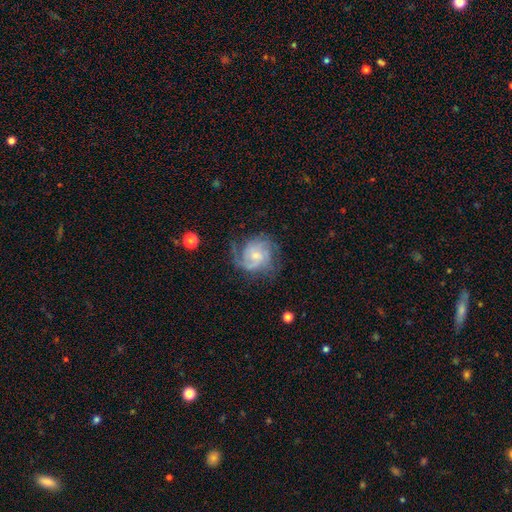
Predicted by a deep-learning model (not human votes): featured or disk 79%, smooth 14%, star or artifact 6%. Down the decision tree: edge-on disk — no (98%); bar — no (65%); spiral arms — yes (94%); spiral arm count — 2 (31%); spiral winding — tight (41%, tied with medium); bulge size — small (64%); merging — none (61%).